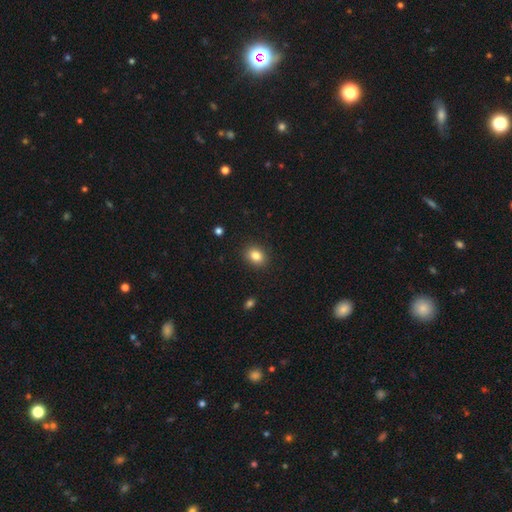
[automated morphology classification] Overall: smooth (83%). How rounded: in between (52%; round 47%). Merging: none (89%).